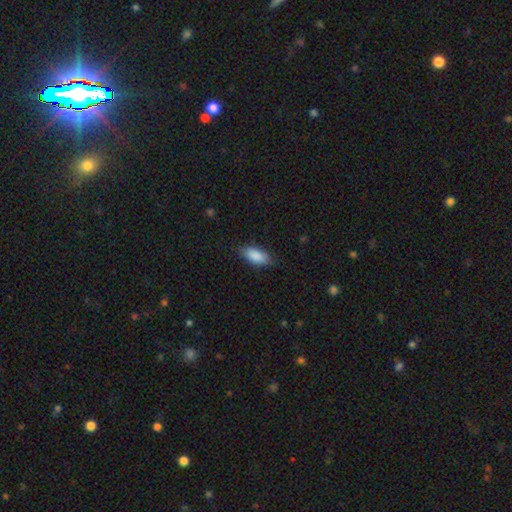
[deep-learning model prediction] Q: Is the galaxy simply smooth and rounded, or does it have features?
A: smooth — 88%.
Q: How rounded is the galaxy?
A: in between — 86%.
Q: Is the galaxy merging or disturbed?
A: none — 82%.